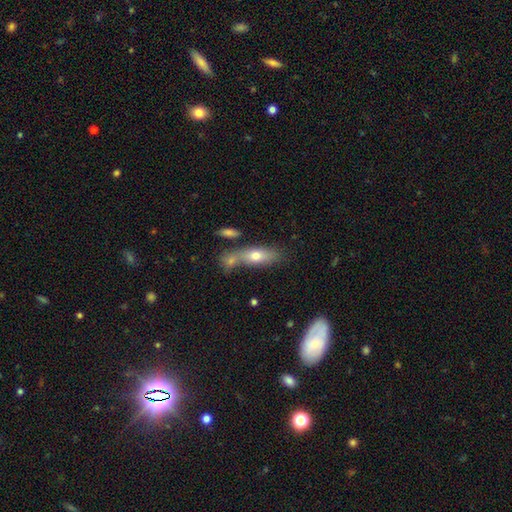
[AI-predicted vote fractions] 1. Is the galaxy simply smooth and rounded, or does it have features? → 69% smooth, 24% featured or disk, 7% star or artifact.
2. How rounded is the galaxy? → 68% in between, 28% cigar-shaped, 4% round.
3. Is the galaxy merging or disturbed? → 51% none, 30% merger, 14% minor disturbance, 5% major disturbance.